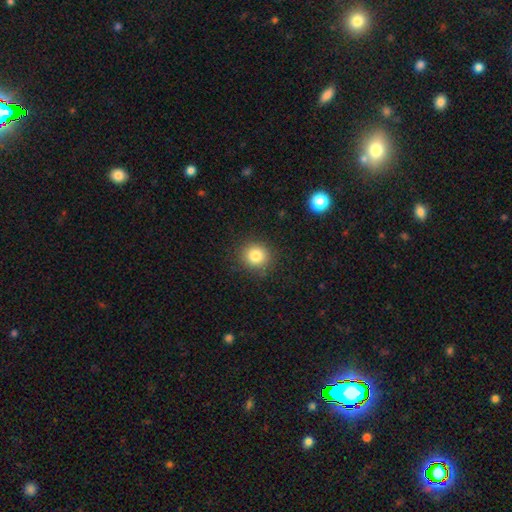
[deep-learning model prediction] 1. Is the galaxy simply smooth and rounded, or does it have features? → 82% smooth, 11% star or artifact, 6% featured or disk.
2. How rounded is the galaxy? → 90% round, 9% in between, 1% cigar-shaped.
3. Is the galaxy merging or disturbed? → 89% none, 7% minor disturbance, 3% major disturbance, 1% merger.